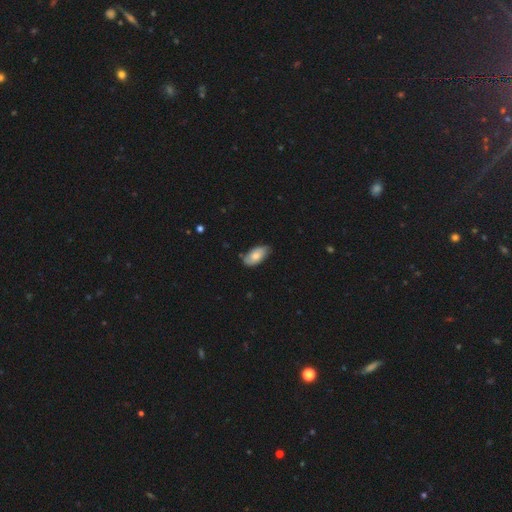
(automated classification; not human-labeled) smooth-or-featured: smooth: 71% | featured or disk: 23% | star or artifact: 6%
  how-rounded: in between: 94% | cigar-shaped: 3% | round: 3%
  merging: none: 72% | minor disturbance: 23% | major disturbance: 3% | merger: 2%